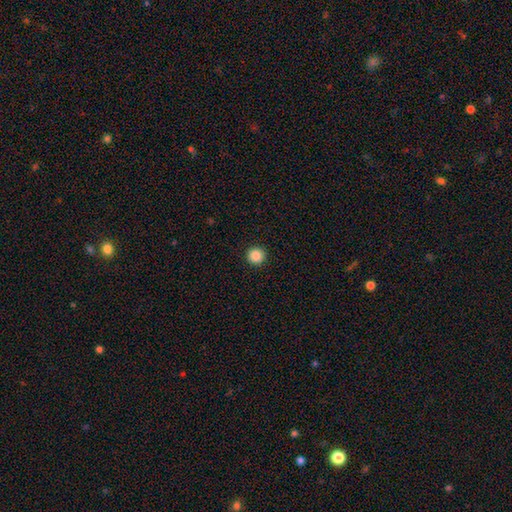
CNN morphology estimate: type=smooth (87%); roundness=round (96%); merging=none (94%).